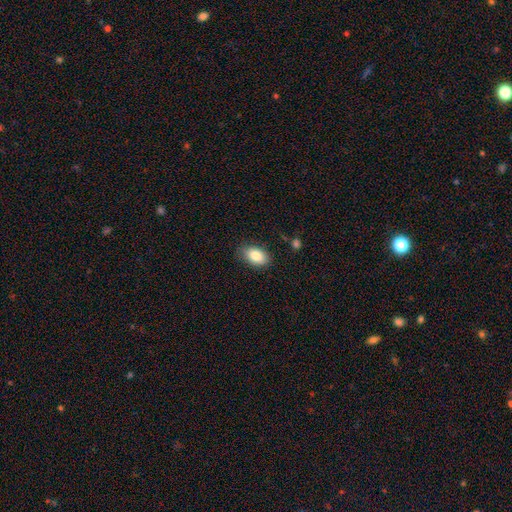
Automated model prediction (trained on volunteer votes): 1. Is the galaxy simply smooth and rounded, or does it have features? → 84% smooth, 8% featured or disk, 8% star or artifact.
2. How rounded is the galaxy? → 89% in between, 10% round, 2% cigar-shaped.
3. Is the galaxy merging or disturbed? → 81% none, 14% minor disturbance, 3% major disturbance, 1% merger.